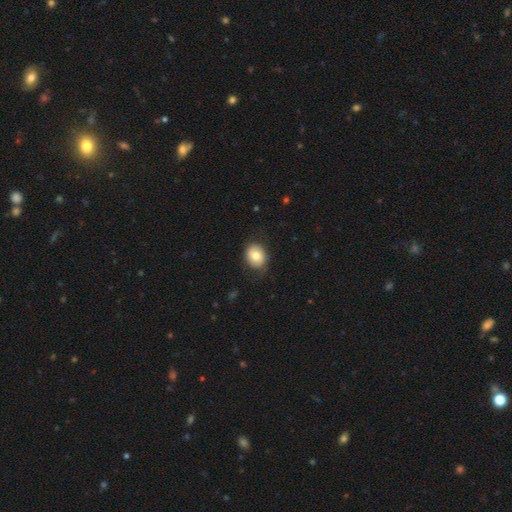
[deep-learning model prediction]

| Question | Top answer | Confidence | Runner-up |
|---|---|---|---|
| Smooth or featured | smooth | 76% | featured or disk (17%) |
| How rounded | round | 54% | in between (45%) |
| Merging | none | 75% | minor disturbance (18%) |